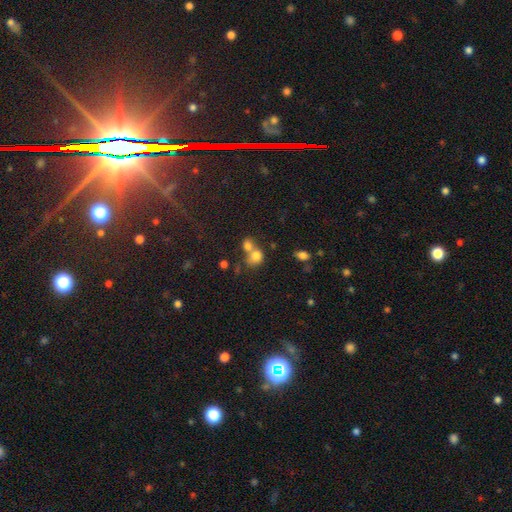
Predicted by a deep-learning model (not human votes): This appears to be a smooth galaxy with no disk features (77%) that is round (61%). Merging: merger (57%).